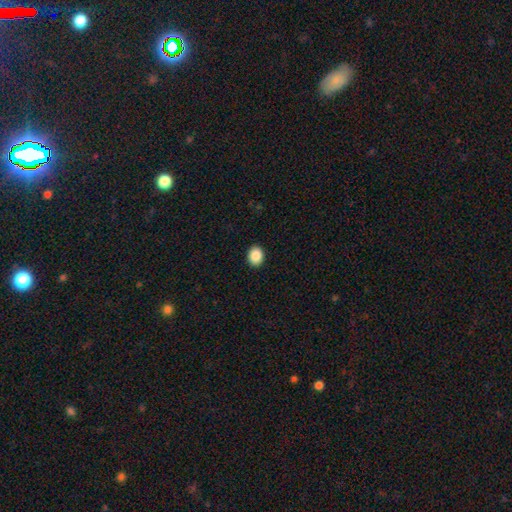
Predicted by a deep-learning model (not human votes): smooth-or-featured: smooth: 88% | star or artifact: 9% | featured or disk: 3%
  how-rounded: round: 54% | in between: 46% | cigar-shaped: 1%
  merging: none: 92% | minor disturbance: 5% | major disturbance: 2% | merger: 1%